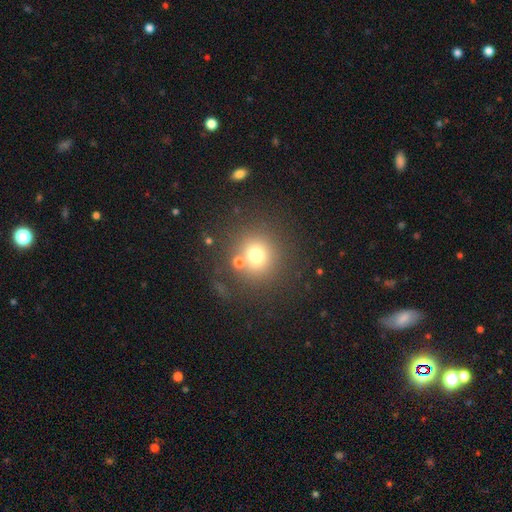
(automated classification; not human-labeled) Smooth or featured: smooth — 70% (star or artifact — 18%)
How rounded: round — 92% (in between — 7%)
Merging: none — 71% (merger — 14%)